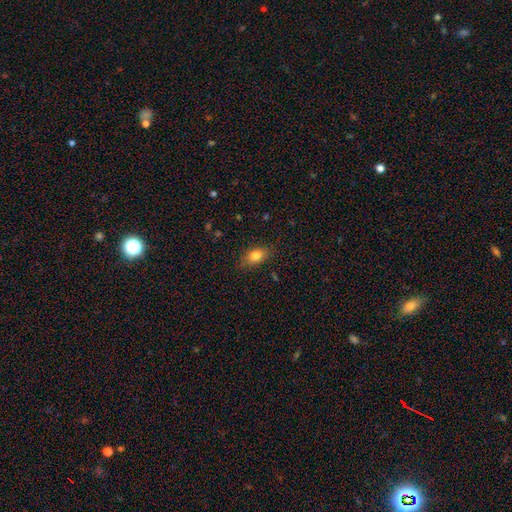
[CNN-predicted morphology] Smooth or featured? smooth (82%)
How rounded? in between (83%)
Merging? none (82%)